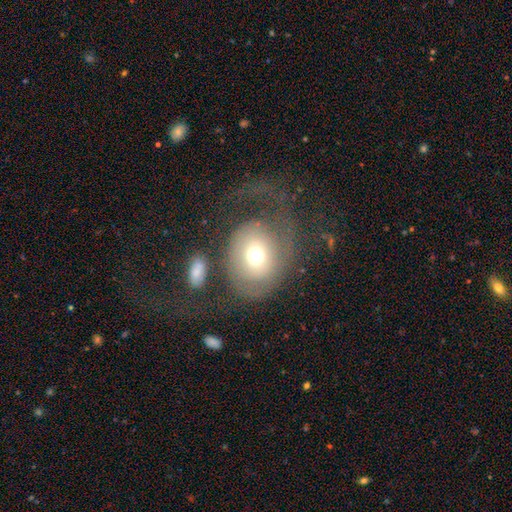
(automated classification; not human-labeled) Q: Smooth or featured?
A: smooth (56%); runner-up: featured or disk (34%)
Q: How rounded?
A: round (68%); runner-up: in between (31%)
Q: Merging?
A: major disturbance (42%); runner-up: none (34%)